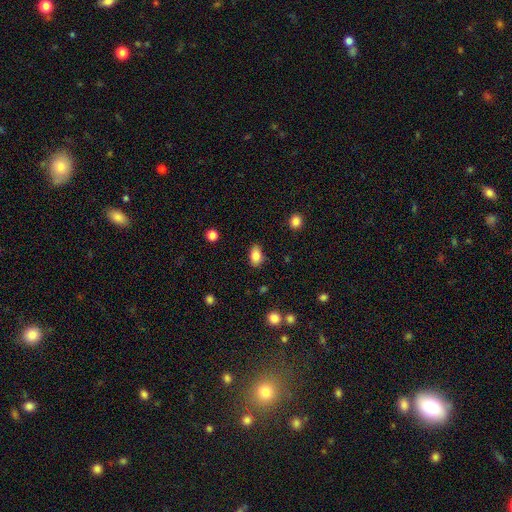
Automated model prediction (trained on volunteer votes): The model was most divided on "merging": none: 83%, minor disturbance: 13%, major disturbance: 3%, merger: 2%. More confident: how rounded — in between (88%); smooth or featured — smooth (85%).